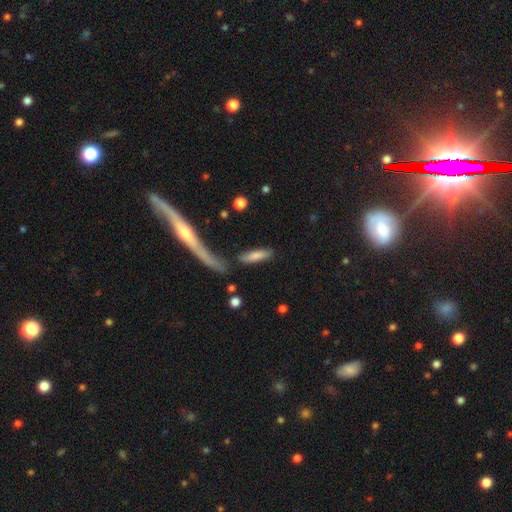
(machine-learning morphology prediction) Smooth or featured? Predicted: smooth (p=0.78). How rounded? Predicted: cigar-shaped (p=0.69). Merging? Predicted: none (p=0.72).